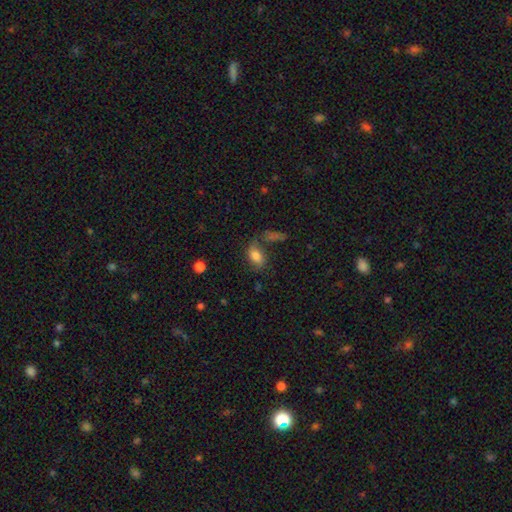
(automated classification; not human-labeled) smooth-or-featured: smooth: 68% | featured or disk: 21% | star or artifact: 11%
  how-rounded: in between: 84% | round: 12% | cigar-shaped: 4%
  merging: none: 49% | minor disturbance: 20% | merger: 17% | major disturbance: 14%